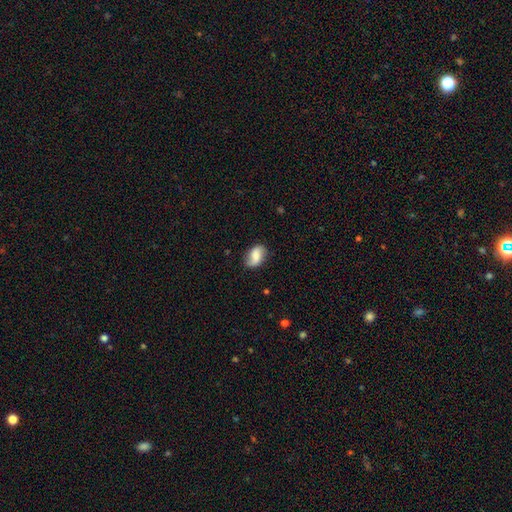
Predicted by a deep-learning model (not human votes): This is possibly a smooth galaxy (52%). How rounded: clearly in between (84%). Merging: likely none (71%).